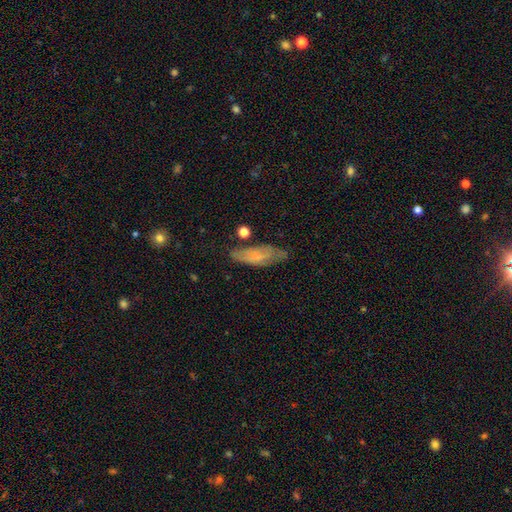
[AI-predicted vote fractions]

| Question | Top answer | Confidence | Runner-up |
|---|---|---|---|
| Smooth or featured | smooth | 60% | featured or disk (32%) |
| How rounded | in between | 61% | cigar-shaped (37%) |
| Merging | none | 64% | minor disturbance (25%) |